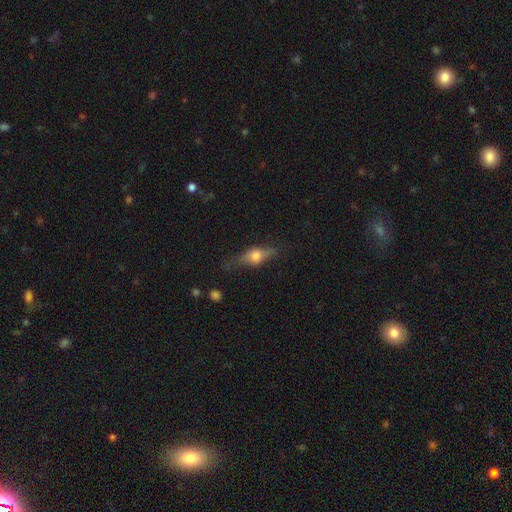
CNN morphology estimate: Smooth or featured? Predicted: featured or disk (p=0.51). Edge-on disk? Predicted: yes (p=0.88). Merging? Predicted: none (p=0.69).